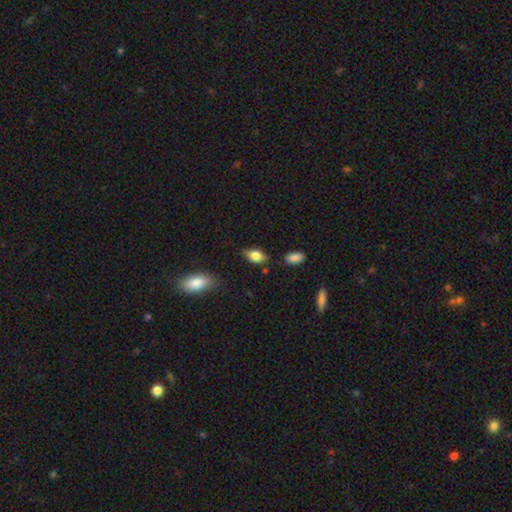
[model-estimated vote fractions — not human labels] A smooth galaxy with no disk features (79%) that is in between round and cigar-shaped (89%). Merging: none (78%).